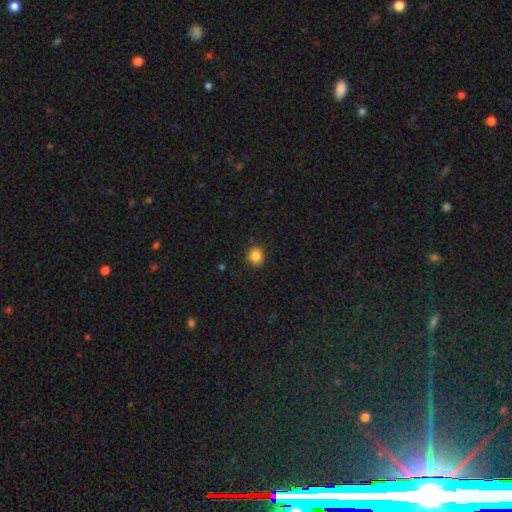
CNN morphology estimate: Smooth or featured? Predicted: smooth (p=0.85). How rounded? Predicted: round (p=0.87). Merging? Predicted: none (p=0.89).